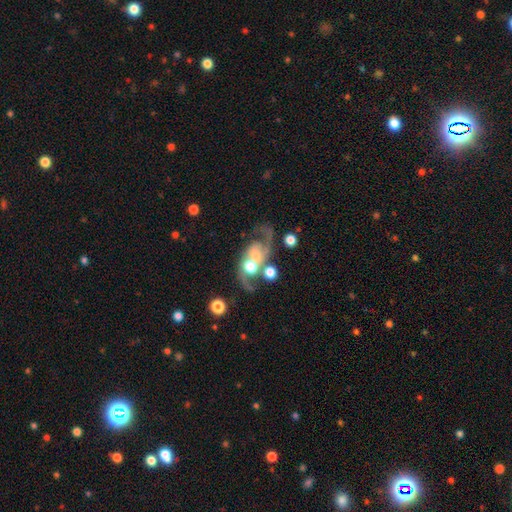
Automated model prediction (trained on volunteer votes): Smooth or featured? featured or disk (76%)
Edge-on disk? no (97%)
Bar? no (64%)
Spiral arms? yes (89%)
Spiral winding? loose (49%)
Spiral arm count? 2 (77%)
Bulge size? moderate (53%)
Merging? merger (39%)